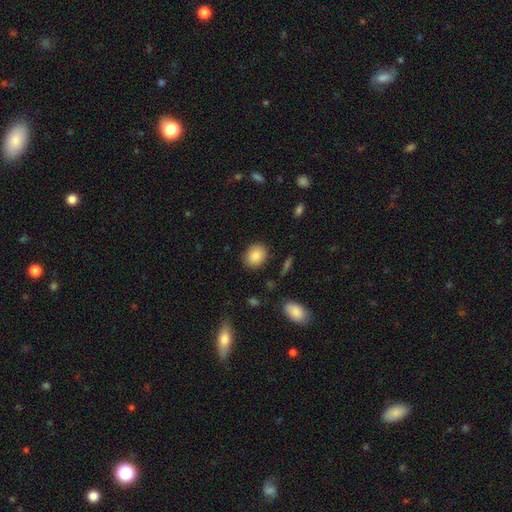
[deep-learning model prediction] Smooth or featured? Predicted: smooth (p=0.85). How rounded? Predicted: round (p=0.56). Merging? Predicted: none (p=0.87).